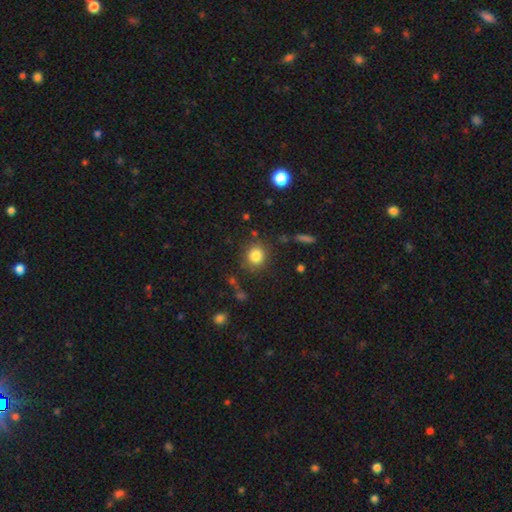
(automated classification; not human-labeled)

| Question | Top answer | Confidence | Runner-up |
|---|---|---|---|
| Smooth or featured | smooth | 83% | star or artifact (11%) |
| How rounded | round | 86% | in between (13%) |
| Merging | none | 84% | minor disturbance (9%) |